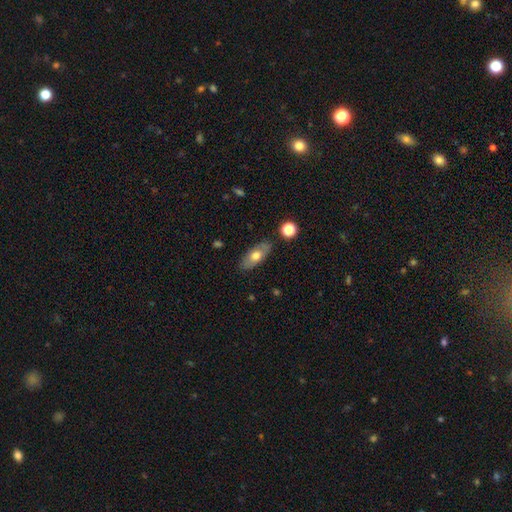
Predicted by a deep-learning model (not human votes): smooth 62%, featured or disk 31%, star or artifact 7%. Down the decision tree: how rounded — in between (86%); merging — none (81%).